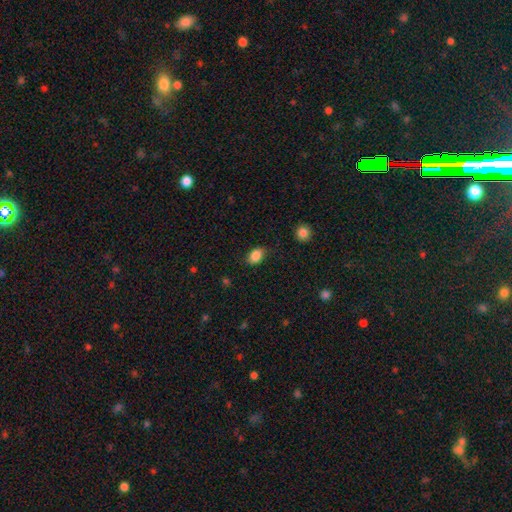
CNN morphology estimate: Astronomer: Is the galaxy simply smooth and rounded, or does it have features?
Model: smooth — 87%.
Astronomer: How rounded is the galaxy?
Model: in between — 78%.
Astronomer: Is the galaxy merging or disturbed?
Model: none — 81%.